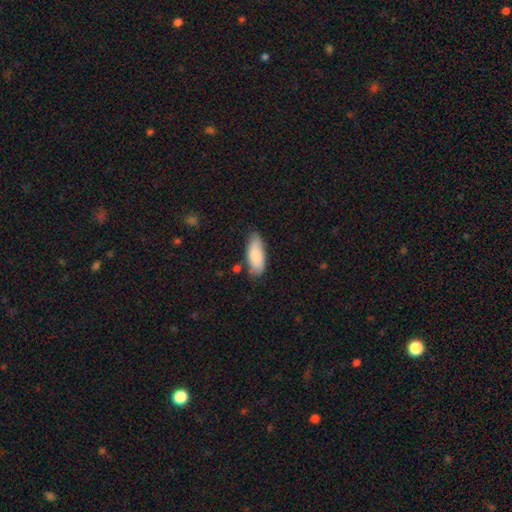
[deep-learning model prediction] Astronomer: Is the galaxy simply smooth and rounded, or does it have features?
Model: smooth — 84%.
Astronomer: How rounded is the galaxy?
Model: in between — 80%.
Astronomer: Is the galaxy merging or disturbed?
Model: none — 73%.